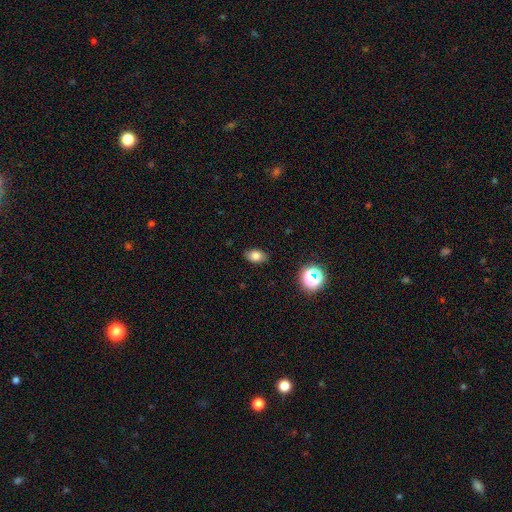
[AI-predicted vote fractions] smooth_or_featured: smooth (p=0.80) [alt: star or artifact p=0.12]
how_rounded: in between (p=0.84) [alt: round p=0.14]
merging: none (p=0.86) [alt: minor disturbance p=0.10]